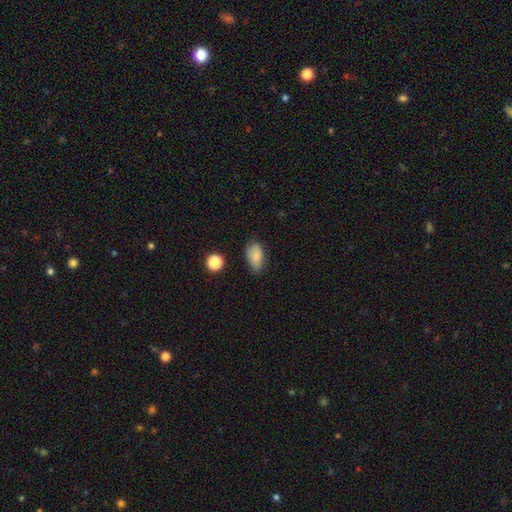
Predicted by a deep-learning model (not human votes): This appears to be a smooth galaxy with no disk features (81%) that is in between round and cigar-shaped (90%). Merging: none (65%).